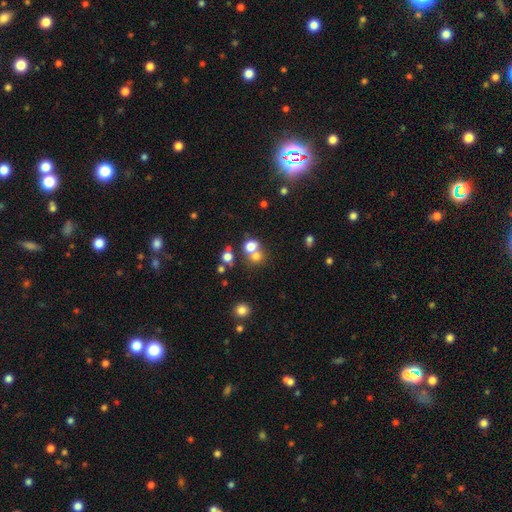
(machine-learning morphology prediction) type=smooth (71%); roundness=round (72%); merging=merger (48%).